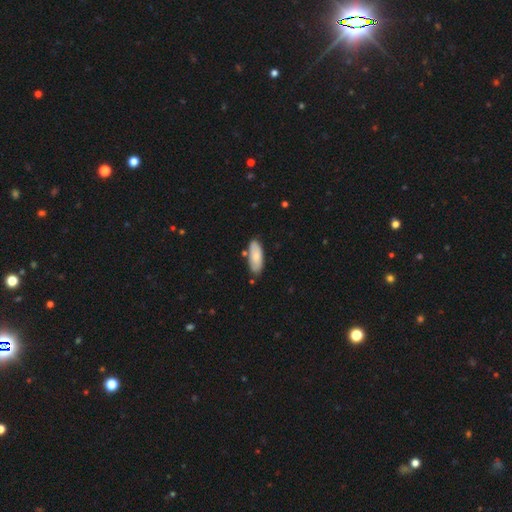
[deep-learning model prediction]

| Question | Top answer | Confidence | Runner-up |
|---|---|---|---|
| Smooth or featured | smooth | 76% | featured or disk (18%) |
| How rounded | in between | 79% | cigar-shaped (19%) |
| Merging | none | 76% | minor disturbance (17%) |